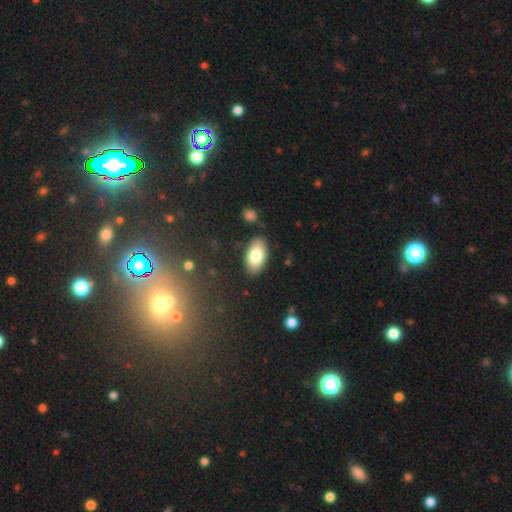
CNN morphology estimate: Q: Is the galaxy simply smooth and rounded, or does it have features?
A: smooth — 79%.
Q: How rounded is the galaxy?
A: in between — 95%.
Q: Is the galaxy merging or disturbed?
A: none — 86%.